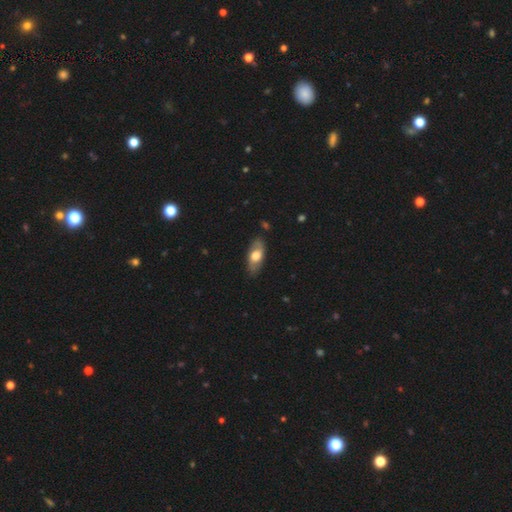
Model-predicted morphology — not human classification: Smooth or featured? Predicted: smooth (p=0.56). How rounded? Predicted: in between (p=0.84). Merging? Predicted: none (p=0.80).